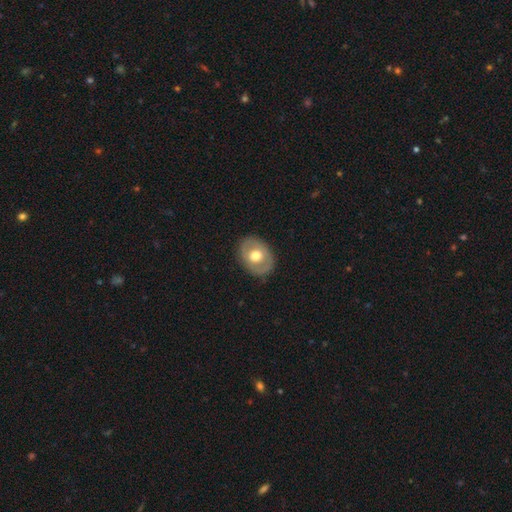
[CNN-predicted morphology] Smooth or featured?
  - smooth: 53% *
  - featured or disk: 41%
  - star or artifact: 6%
How rounded?
  - in between: 61% *
  - round: 38%
  - cigar-shaped: 1%
Merging?
  - none: 85% *
  - minor disturbance: 11%
  - major disturbance: 3%
  - merger: 1%